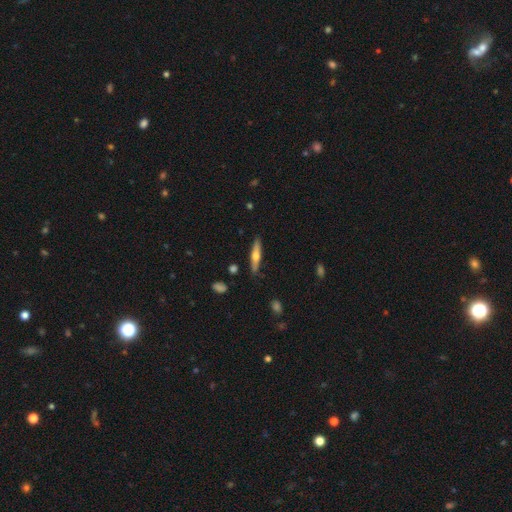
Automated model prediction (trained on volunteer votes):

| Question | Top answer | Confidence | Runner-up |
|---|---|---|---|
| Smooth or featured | featured or disk | 52% | smooth (42%) |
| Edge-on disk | yes | 94% | no (6%) |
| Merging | none | 87% | minor disturbance (10%) |